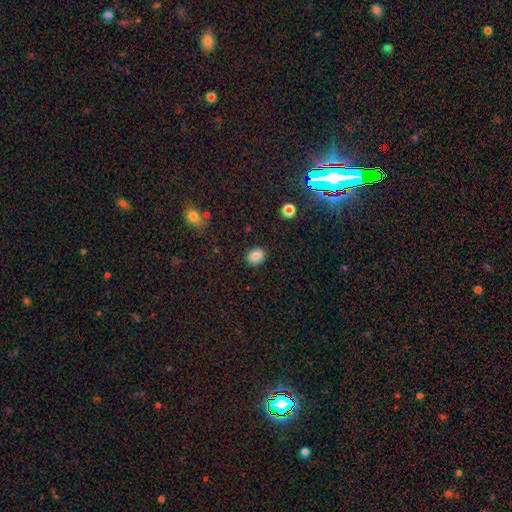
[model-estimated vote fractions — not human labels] This is clearly a smooth galaxy (85%). How rounded: possibly in between (54%). Merging: clearly none (88%).